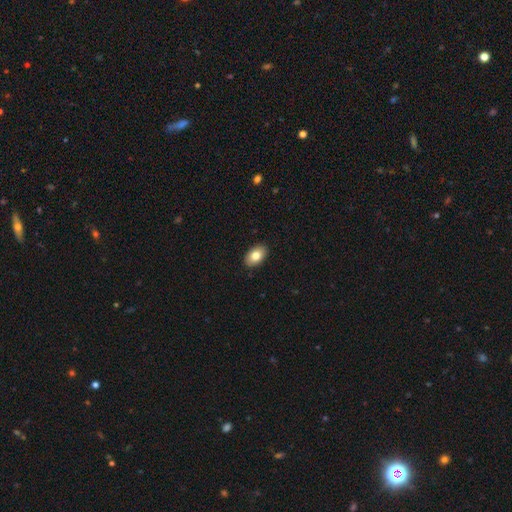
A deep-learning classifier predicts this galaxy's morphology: smooth 81%, featured or disk 12%, star or artifact 7%. Down the decision tree: how rounded — in between (91%); merging — none (90%).